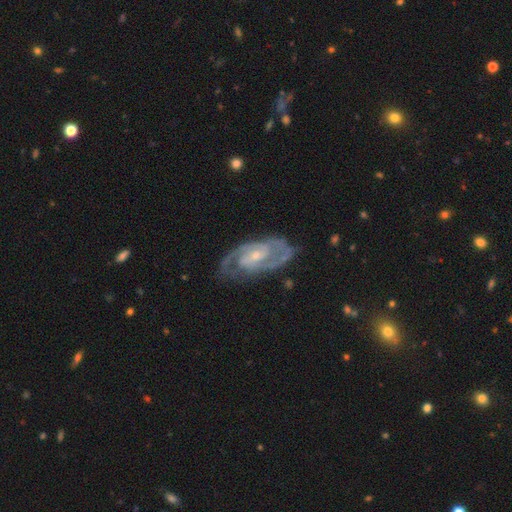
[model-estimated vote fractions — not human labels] Morphology: type=featured or disk (90%); edge-on=no (96%); bar=weak (45%); spiral arms=yes (97%); winding=tight (48%); arm count=2 (80%); bulge=small (59%); merging=none (76%).